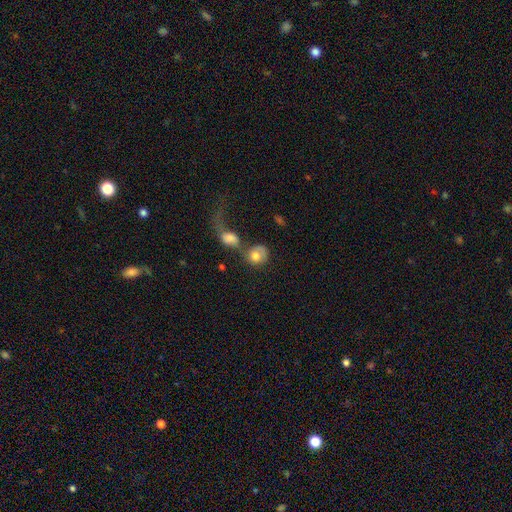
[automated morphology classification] This appears to be a smooth galaxy with no disk features (70%) that is round (72%). Merging: merger (53%).